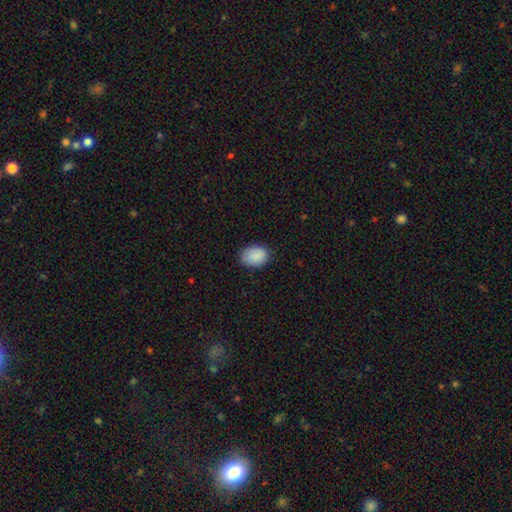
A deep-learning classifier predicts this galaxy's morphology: Overall: smooth (89%). How rounded: in between (79%). Merging: none (81%).